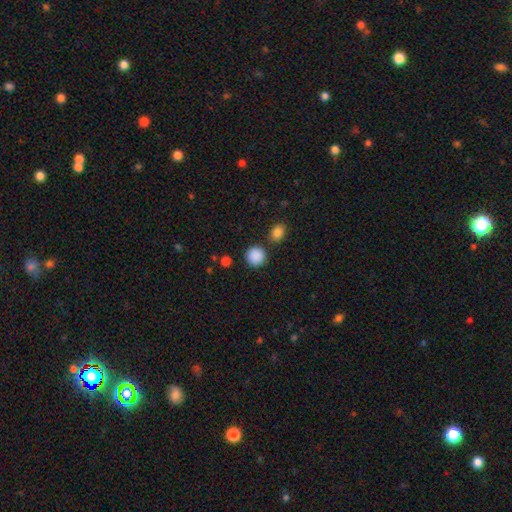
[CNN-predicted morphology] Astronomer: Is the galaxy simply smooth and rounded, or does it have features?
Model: smooth — 88%.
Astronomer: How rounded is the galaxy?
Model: round — 92%.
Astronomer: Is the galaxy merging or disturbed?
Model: none — 83%.